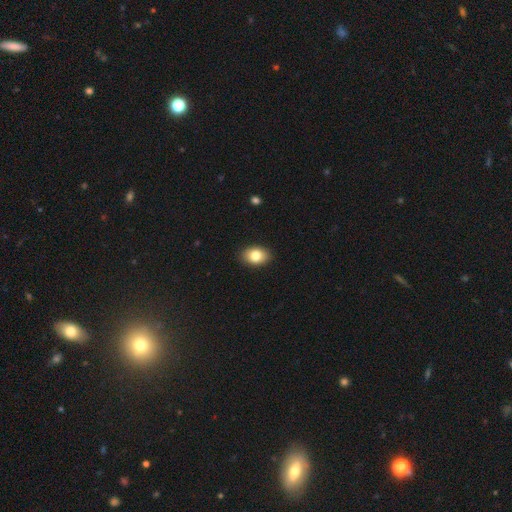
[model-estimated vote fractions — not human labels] A smooth galaxy with no disk features (81%) that is in between round and cigar-shaped (80%). Merging: none (89%).